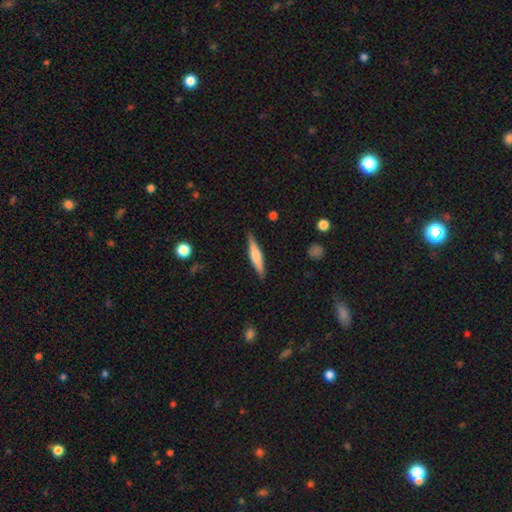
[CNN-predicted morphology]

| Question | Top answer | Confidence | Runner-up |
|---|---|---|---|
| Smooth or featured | smooth | 49% | featured or disk (45%) |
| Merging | none | 88% | minor disturbance (9%) |